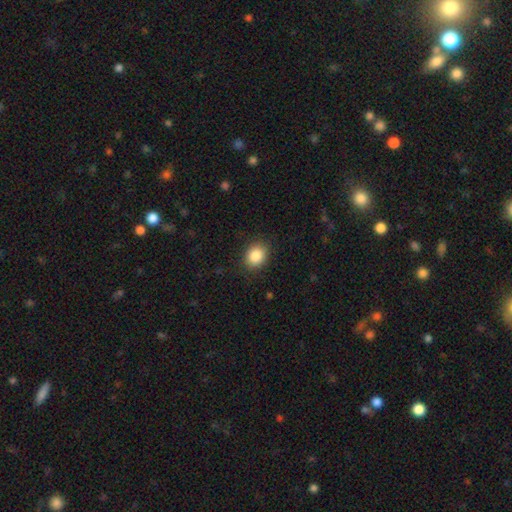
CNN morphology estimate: A smooth galaxy with no disk features (87%) that is round (57%). Merging: none (87%).